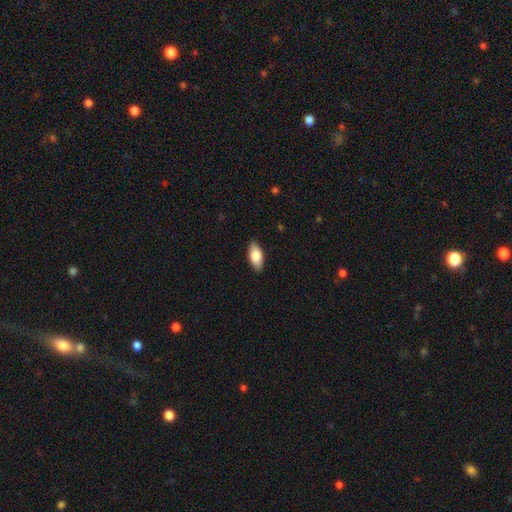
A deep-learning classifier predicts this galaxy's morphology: This is clearly a smooth galaxy (82%). How rounded: clearly in between (89%). Merging: clearly none (86%).